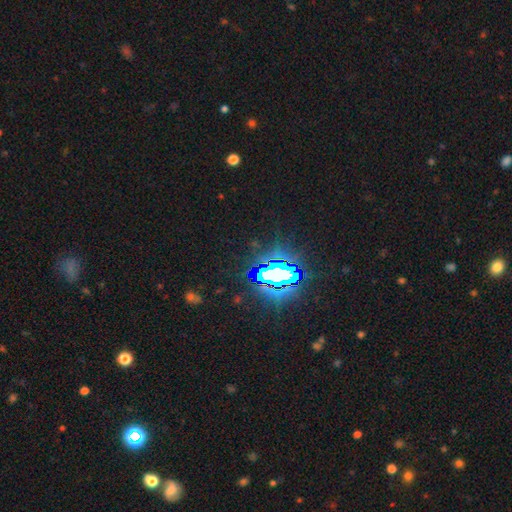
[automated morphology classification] Smooth or featured: star or artifact — 79% (smooth — 14%)